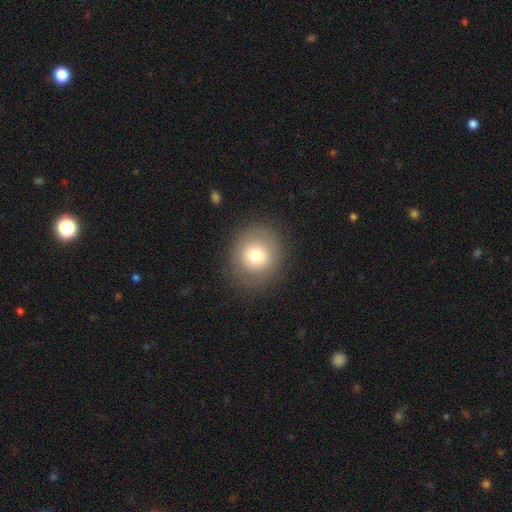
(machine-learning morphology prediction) Overall: smooth (73%). How rounded: round (84%). Merging: none (86%).